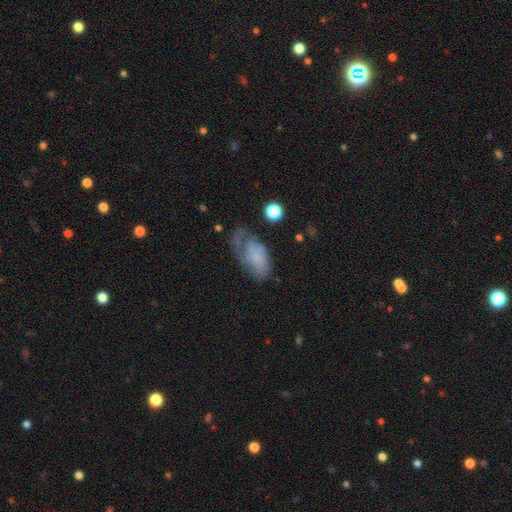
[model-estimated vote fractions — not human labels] The model was most divided on "merging": none: 36%, major disturbance: 32%, minor disturbance: 29%, merger: 4%. Remaining: smooth or featured — smooth (48%).